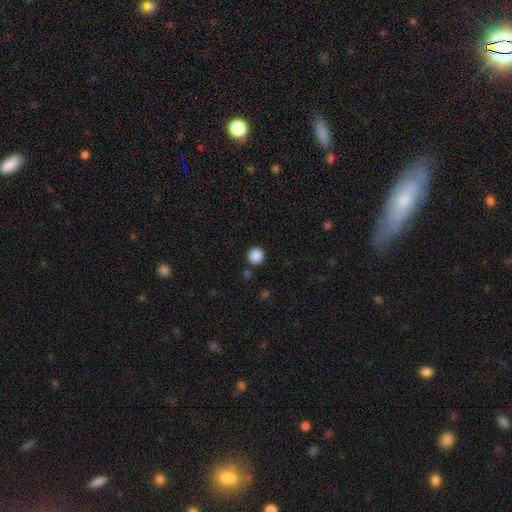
A smooth galaxy with no disk features (89%) that is round (97%).

Vote fractions:
- Smooth or featured? smooth: 89% / star or artifact: 8% / featured or disk: 3%
- How rounded? round: 97% / in between: 3% / cigar-shaped: 0%
- Merging? none: 94% / minor disturbance: 3% / major disturbance: 3% / merger: 0%